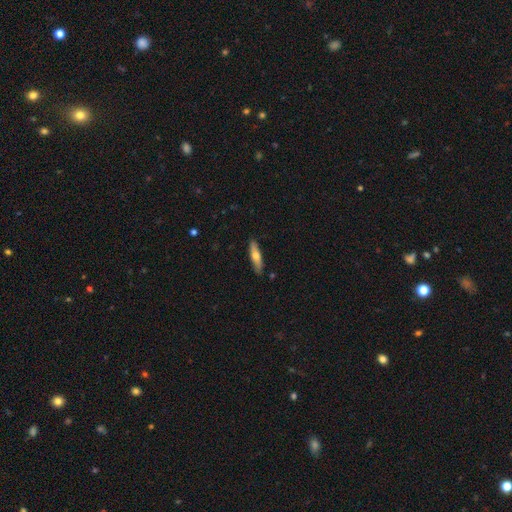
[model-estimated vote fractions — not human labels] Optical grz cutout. It shows a smooth galaxy with no disk features (59%) that is cigar-shaped (73%). Merging: none (88%).